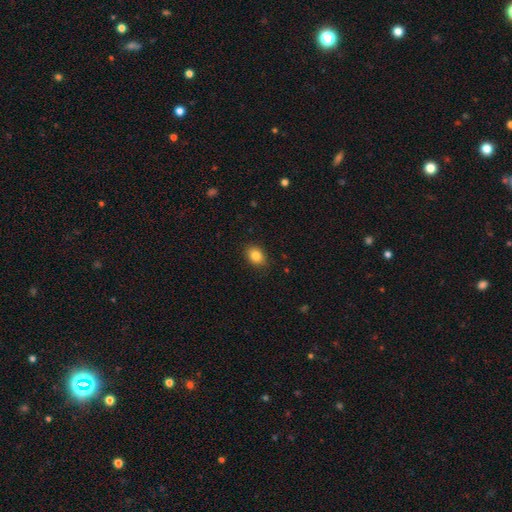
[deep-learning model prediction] Overall: smooth (85%). How rounded: in between (71%). Merging: none (88%).